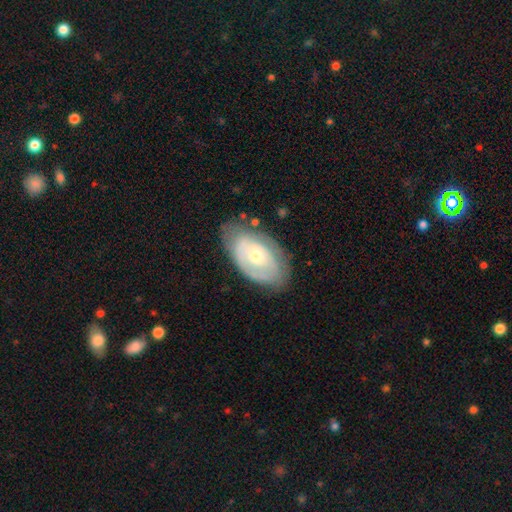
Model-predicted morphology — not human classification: Q: Smooth or featured?
A: featured or disk (60%); runner-up: smooth (34%)
Q: Edge-on disk?
A: no (92%); runner-up: yes (8%)
Q: Bar?
A: no (79%); runner-up: weak (17%)
Q: Spiral arms?
A: yes (52%); runner-up: no (48%)
Q: Bulge size?
A: moderate (48%); tied with: small (48%)
Q: Merging?
A: none (68%); runner-up: minor disturbance (23%)